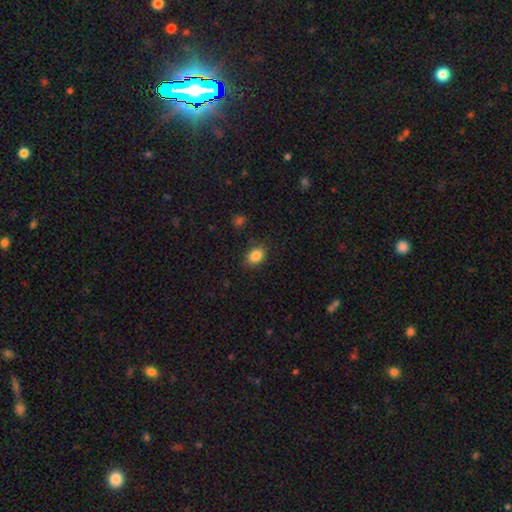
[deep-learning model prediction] Smooth or featured? smooth (86%)
How rounded? in between (68%)
Merging? none (84%)